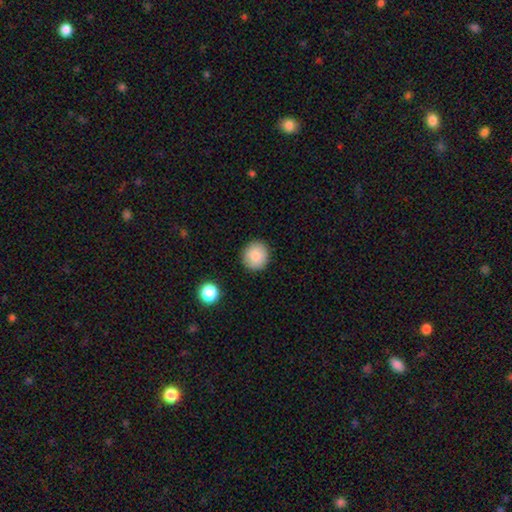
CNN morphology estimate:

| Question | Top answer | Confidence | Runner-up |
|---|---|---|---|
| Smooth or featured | smooth | 86% | star or artifact (8%) |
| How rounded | round | 89% | in between (10%) |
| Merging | none | 91% | minor disturbance (6%) |